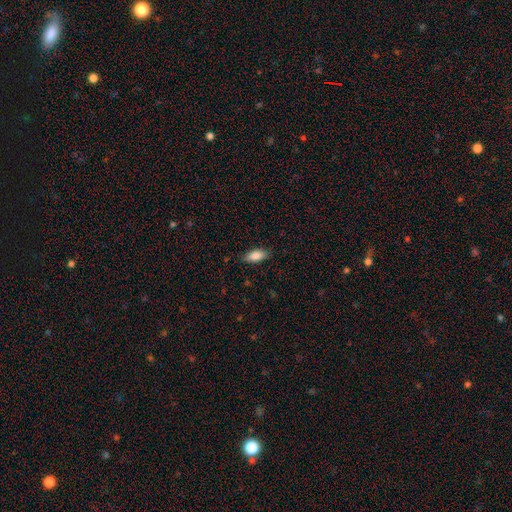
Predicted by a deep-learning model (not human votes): Smooth or featured?
  - smooth: 85% *
  - featured or disk: 9%
  - star or artifact: 7%
How rounded?
  - in between: 82% *
  - cigar-shaped: 16%
  - round: 2%
Merging?
  - none: 84% *
  - minor disturbance: 12%
  - major disturbance: 2%
  - merger: 1%